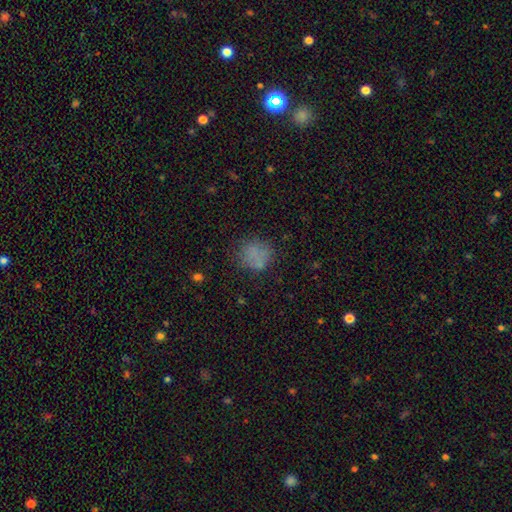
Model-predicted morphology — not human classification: Smooth or featured?
  - smooth: 71% *
  - star or artifact: 15%
  - featured or disk: 14%
How rounded?
  - round: 81% *
  - in between: 18%
  - cigar-shaped: 1%
Merging?
  - none: 68% *
  - minor disturbance: 18%
  - major disturbance: 10%
  - merger: 4%